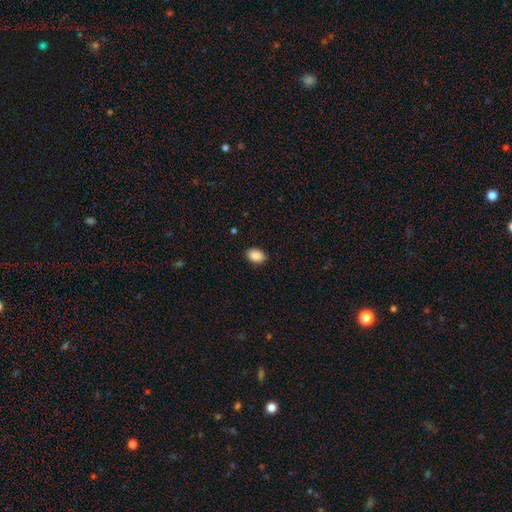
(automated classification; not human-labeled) Smooth or featured? Predicted: smooth (p=0.90). How rounded? Predicted: in between (p=0.82). Merging? Predicted: none (p=0.87).